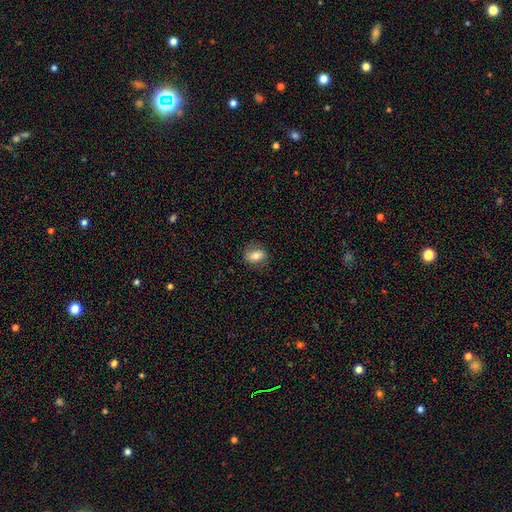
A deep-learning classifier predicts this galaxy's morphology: Overall: smooth (74%). How rounded: in between (68%; round 29%). Merging: none (80%).